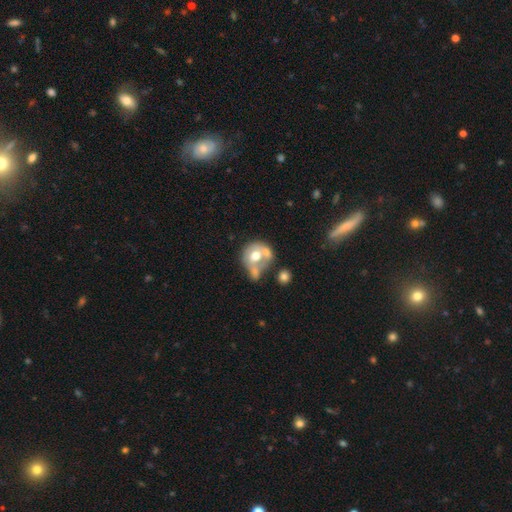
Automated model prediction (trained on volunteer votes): This appears to be a smooth galaxy with no disk features (50%). Merging: merger (52%).